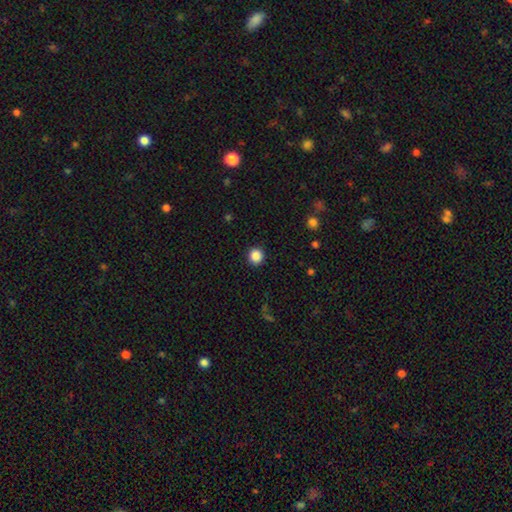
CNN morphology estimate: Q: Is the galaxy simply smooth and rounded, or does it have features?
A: smooth — 87%.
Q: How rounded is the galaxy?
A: round — 93%.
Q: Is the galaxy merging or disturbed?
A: none — 92%.